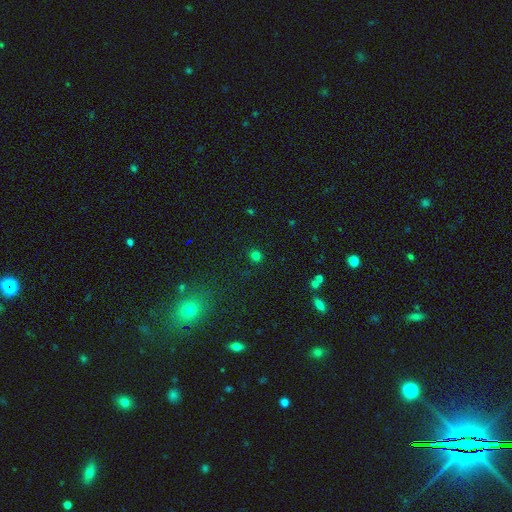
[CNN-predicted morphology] type=smooth (77%); roundness=round (88%); merging=none (89%).